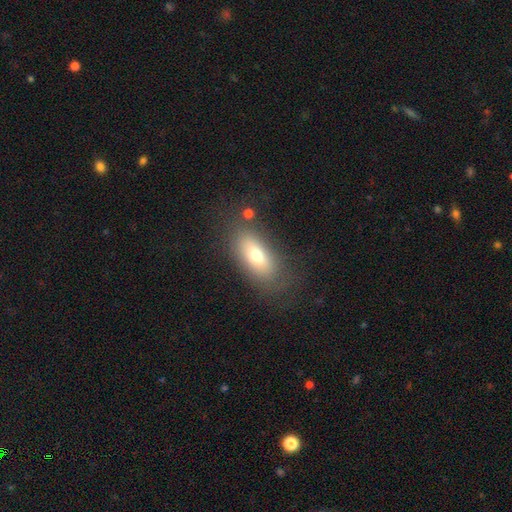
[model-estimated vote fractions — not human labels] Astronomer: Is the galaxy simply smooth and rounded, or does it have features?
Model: smooth — 69%.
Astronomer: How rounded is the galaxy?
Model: in between — 83%.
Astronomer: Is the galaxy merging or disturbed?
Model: none — 74%.